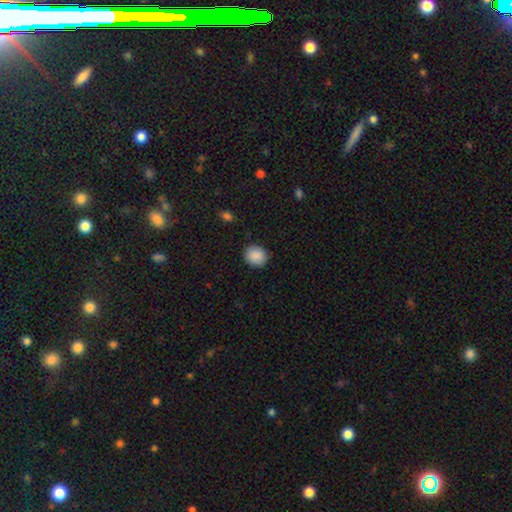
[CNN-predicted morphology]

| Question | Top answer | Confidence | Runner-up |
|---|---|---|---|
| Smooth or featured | smooth | 89% | star or artifact (8%) |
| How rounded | round | 75% | in between (24%) |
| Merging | none | 88% | minor disturbance (9%) |